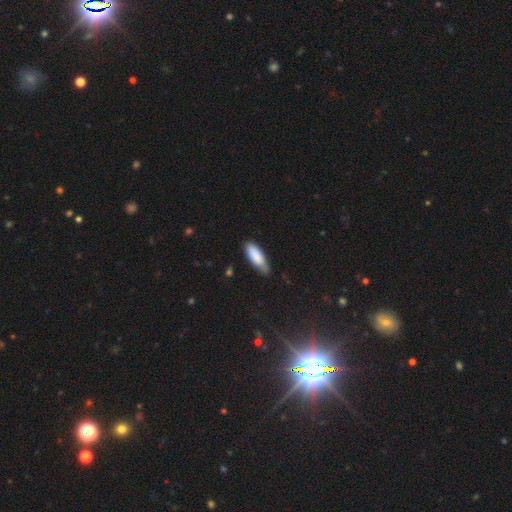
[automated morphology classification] This is clearly a smooth galaxy (86%). How rounded: likely in between (64%). Merging: likely none (70%).